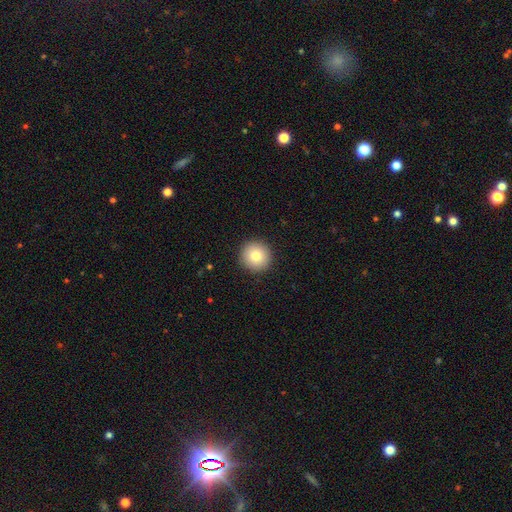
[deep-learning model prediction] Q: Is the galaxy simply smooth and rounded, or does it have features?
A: smooth — 80%.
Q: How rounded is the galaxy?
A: round — 96%.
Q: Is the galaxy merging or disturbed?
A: none — 93%.